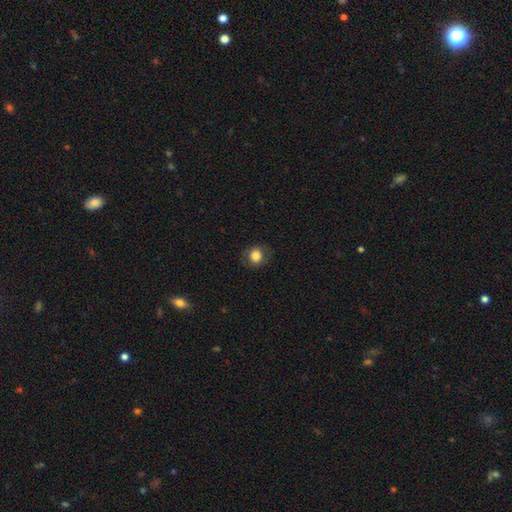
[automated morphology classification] Smooth or featured? Predicted: smooth (p=0.81). How rounded? Predicted: round (p=0.74). Merging? Predicted: none (p=0.83).